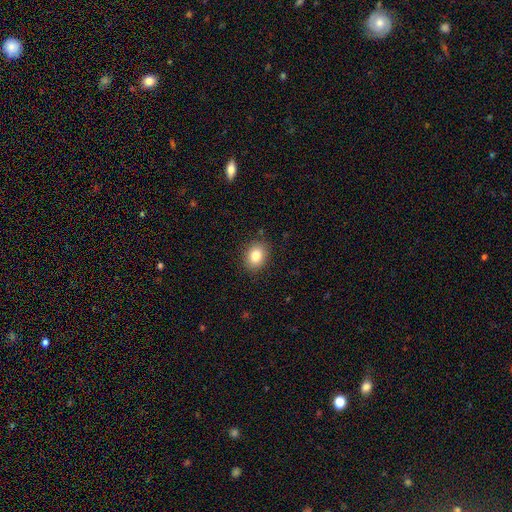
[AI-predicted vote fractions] This is clearly a smooth galaxy (83%). How rounded: possibly in between (57%). Merging: clearly none (88%).